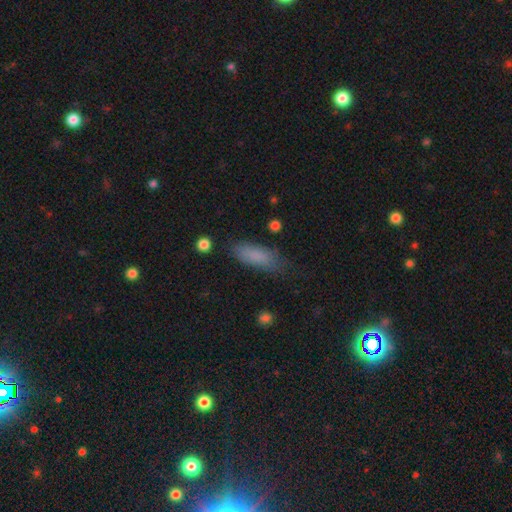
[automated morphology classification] This appears to be a smooth galaxy with no disk features (84%) that is in between round and cigar-shaped (68%). Merging: none (72%).